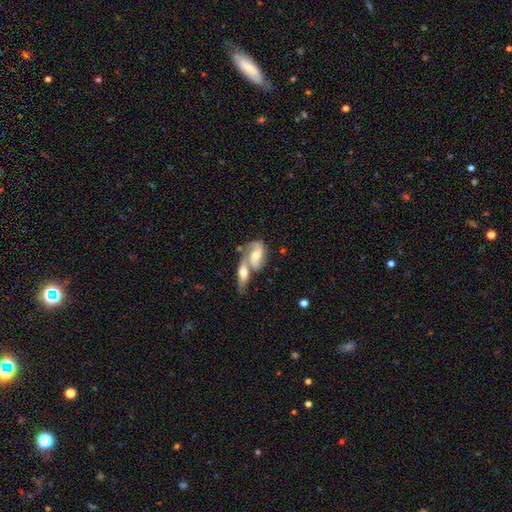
featured or disk 85%, smooth 15%, star or artifact 0%. Down the decision tree: edge-on disk — no (97%); bar — no (61%); spiral arms — yes (94%); spiral arm count — 2 (81%); spiral winding — loose (61%); bulge size — moderate (73%); merging — merger (90%).